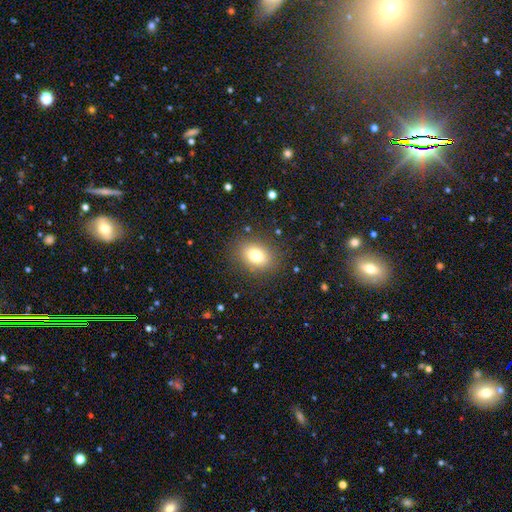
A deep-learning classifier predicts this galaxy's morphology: Overall: smooth (78%). How rounded: in between (67%; round 31%). Merging: none (85%).